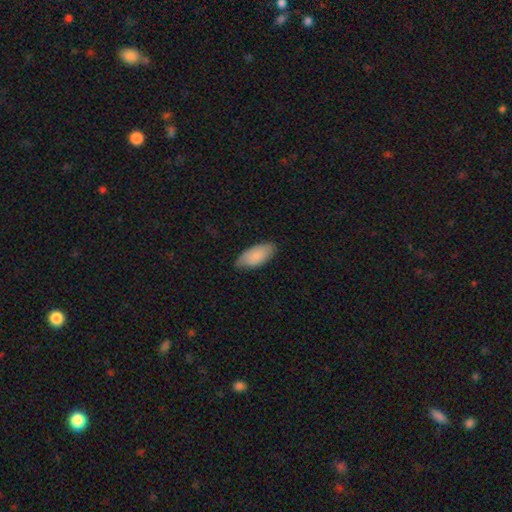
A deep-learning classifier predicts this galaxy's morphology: A smooth galaxy with no disk features (80%) that is in between round and cigar-shaped (91%).

Vote fractions:
- Smooth or featured? smooth: 80% / featured or disk: 15% / star or artifact: 6%
- How rounded? in between: 91% / cigar-shaped: 7% / round: 2%
- Merging? none: 74% / minor disturbance: 22% / major disturbance: 3% / merger: 1%